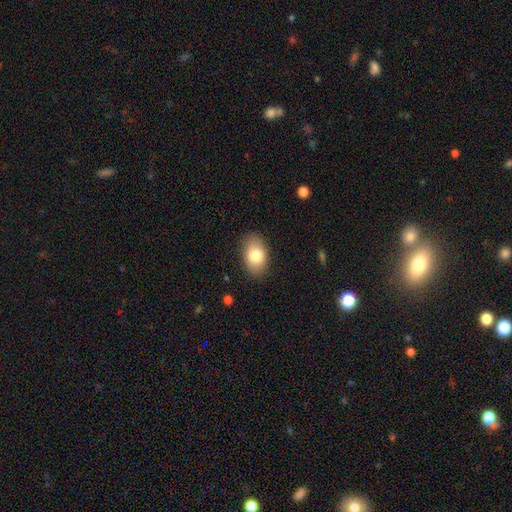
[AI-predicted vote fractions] A smooth galaxy with no disk features (80%) that is in between round and cigar-shaped (88%). Merging: none (85%).